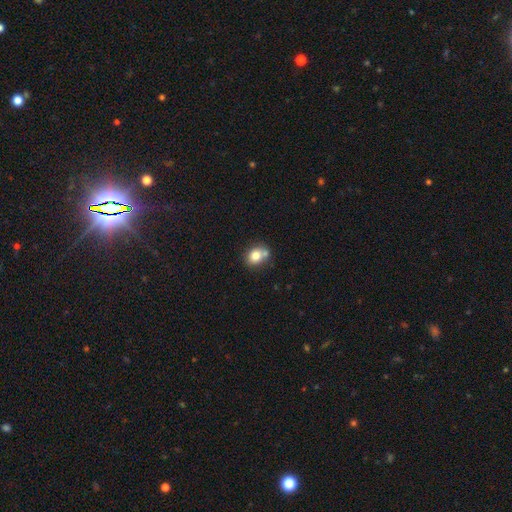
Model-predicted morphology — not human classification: smooth 77%, featured or disk 13%, star or artifact 10%. Down the decision tree: how rounded — round (52%); merging — none (53%).